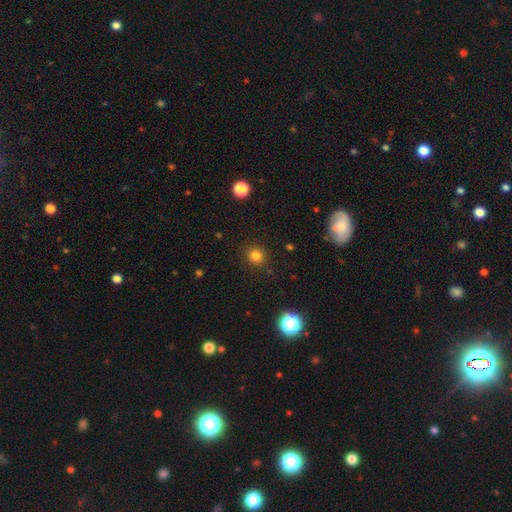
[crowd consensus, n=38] smooth_or_featured: smooth (p=0.92) [alt: star or artifact p=0.05]
how_rounded: round (p=0.94) [alt: in between p=0.06]
merging: none (p=0.86) [alt: major disturbance p=0.08]